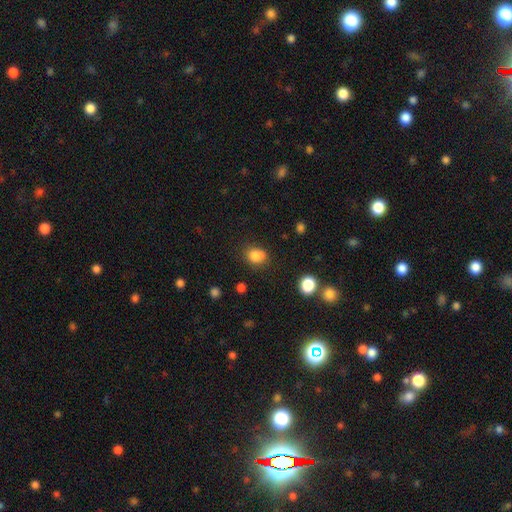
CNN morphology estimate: Smooth or featured?
  - smooth: 82% *
  - star or artifact: 12%
  - featured or disk: 6%
How rounded?
  - round: 57% *
  - in between: 42%
  - cigar-shaped: 1%
Merging?
  - none: 67% *
  - minor disturbance: 20%
  - merger: 7%
  - major disturbance: 5%